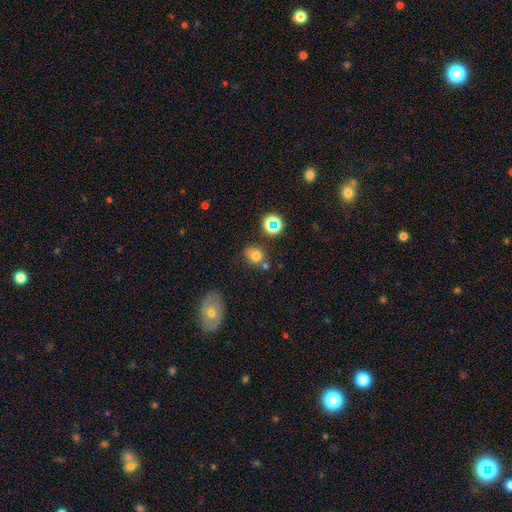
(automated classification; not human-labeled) Smooth or featured? Predicted: smooth (p=0.73). How rounded? Predicted: round (p=0.58). Merging? Predicted: none (p=0.64).